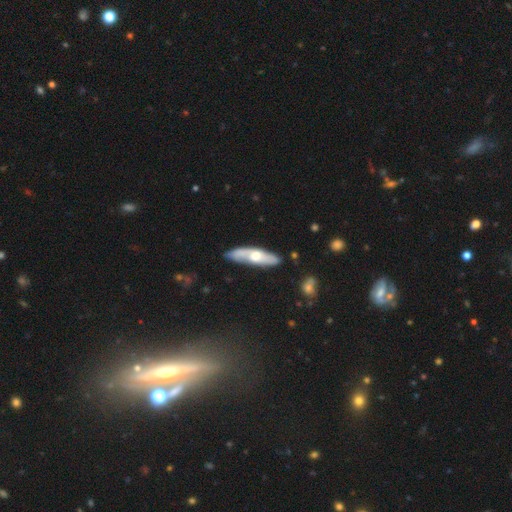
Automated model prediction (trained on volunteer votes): featured or disk 53%, smooth 42%, star or artifact 5%. Down the decision tree: edge-on disk — no (52%); merging — none (77%).